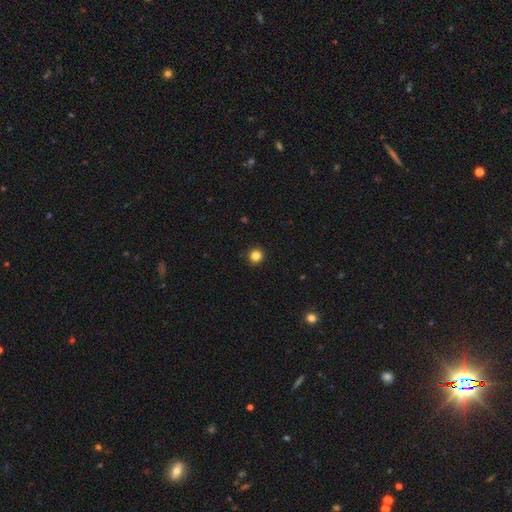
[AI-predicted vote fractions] Smooth or featured: smooth — 84% (star or artifact — 12%)
How rounded: round — 95% (in between — 4%)
Merging: none — 93% (minor disturbance — 4%)